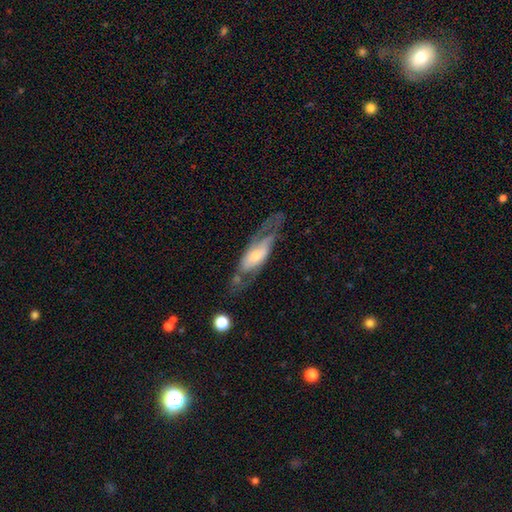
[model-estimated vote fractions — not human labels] Smooth or featured?
  - featured or disk: 71% *
  - smooth: 24%
  - star or artifact: 6%
Edge-on disk?
  - no: 74% *
  - yes: 26%
Bar?
  - no: 56% *
  - weak: 27%
  - strong: 16%
Spiral arms?
  - yes: 74% *
  - no: 26%
Bulge size?
  - small: 45% *
  - moderate: 44%
  - large: 7%
  - none: 2%
  - dominant: 2%
Merging?
  - none: 57% *
  - minor disturbance: 20%
  - major disturbance: 19%
  - merger: 4%